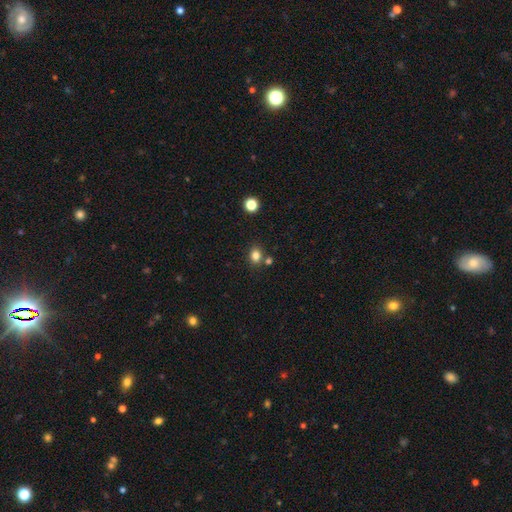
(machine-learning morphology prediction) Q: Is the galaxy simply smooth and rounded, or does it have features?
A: smooth — 81%.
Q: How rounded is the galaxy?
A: round — 57%.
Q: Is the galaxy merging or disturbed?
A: none — 76%.